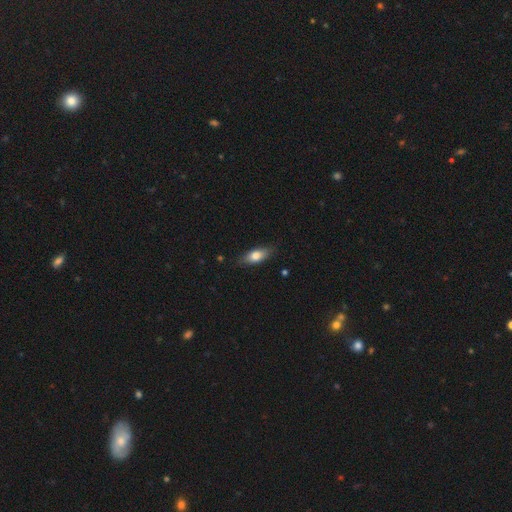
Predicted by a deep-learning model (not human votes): Smooth or featured?
  - smooth: 75% *
  - featured or disk: 19%
  - star or artifact: 7%
How rounded?
  - in between: 77% *
  - cigar-shaped: 19%
  - round: 4%
Merging?
  - none: 83% *
  - minor disturbance: 14%
  - major disturbance: 2%
  - merger: 1%